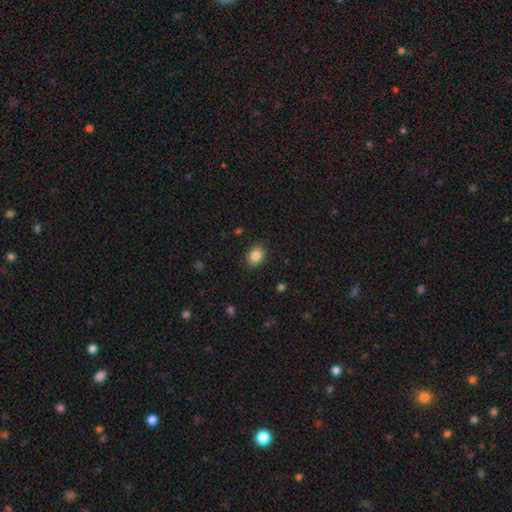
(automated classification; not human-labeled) smooth 85%, star or artifact 9%, featured or disk 6%. Down the decision tree: how rounded — in between (55%); merging — none (89%).